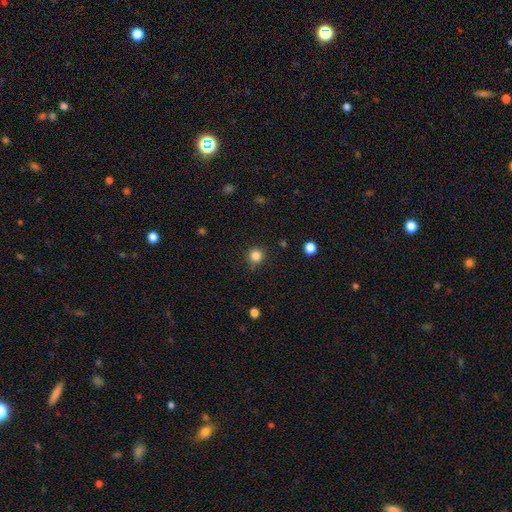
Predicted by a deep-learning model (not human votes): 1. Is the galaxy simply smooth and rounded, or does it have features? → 84% smooth, 12% star or artifact, 4% featured or disk.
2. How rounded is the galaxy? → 92% round, 7% in between, 1% cigar-shaped.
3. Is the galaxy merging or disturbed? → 84% none, 12% minor disturbance, 3% major disturbance, 2% merger.